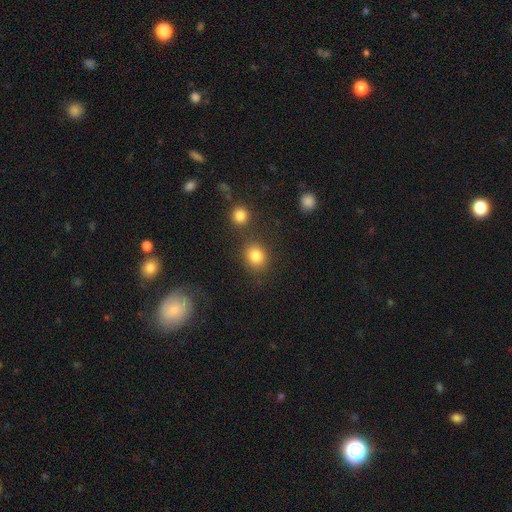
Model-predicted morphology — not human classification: Q: Smooth or featured?
A: smooth (83%); runner-up: star or artifact (11%)
Q: How rounded?
A: round (73%); runner-up: in between (26%)
Q: Merging?
A: none (75%); runner-up: minor disturbance (10%)